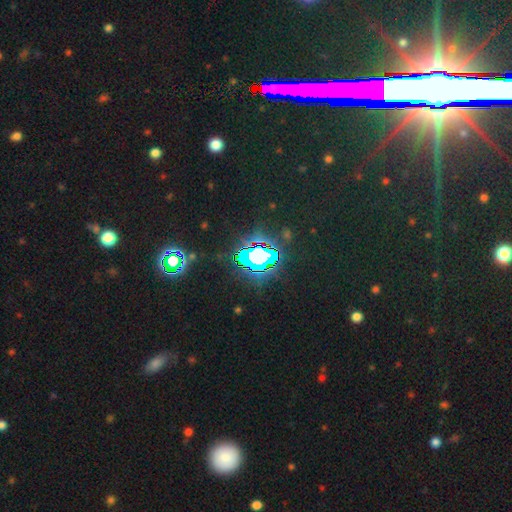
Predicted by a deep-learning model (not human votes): Morphology: type=star or artifact (73%).